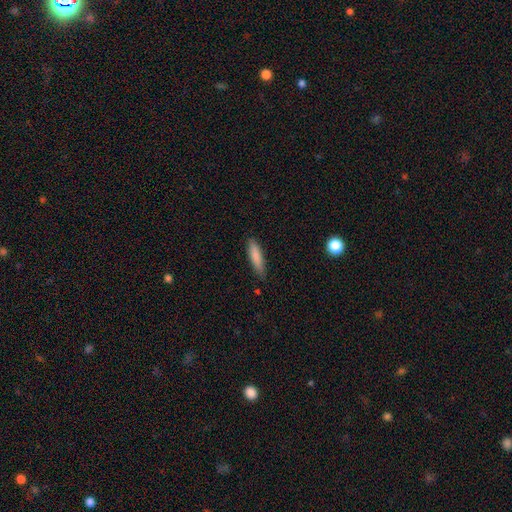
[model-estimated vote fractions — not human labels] The model was most divided on "how rounded": cigar-shaped: 74%, in between: 25%, round: 1%. More confident: smooth or featured — smooth (85%); merging — none (83%).